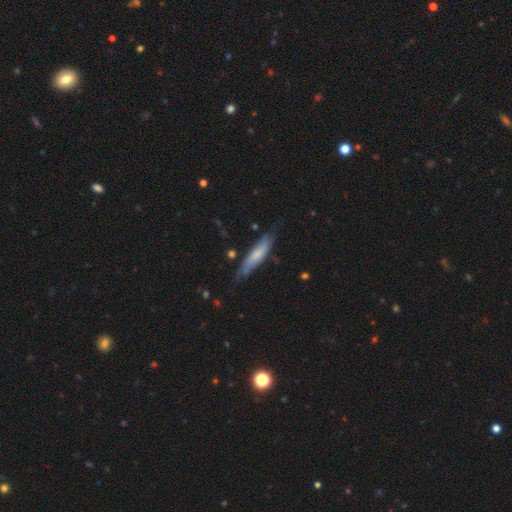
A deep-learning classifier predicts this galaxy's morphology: type=smooth (57%); roundness=cigar-shaped (82%); merging=none (72%).